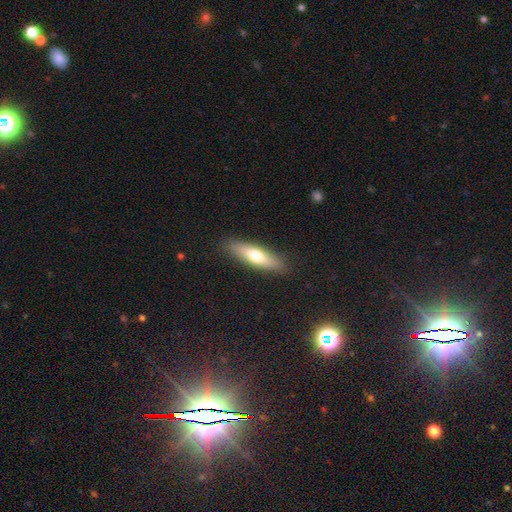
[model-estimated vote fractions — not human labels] smooth_or_featured: smooth (p=0.63) [alt: featured or disk p=0.31]
how_rounded: cigar-shaped (p=0.66) [alt: in between p=0.32]
merging: none (p=0.88) [alt: minor disturbance p=0.09]